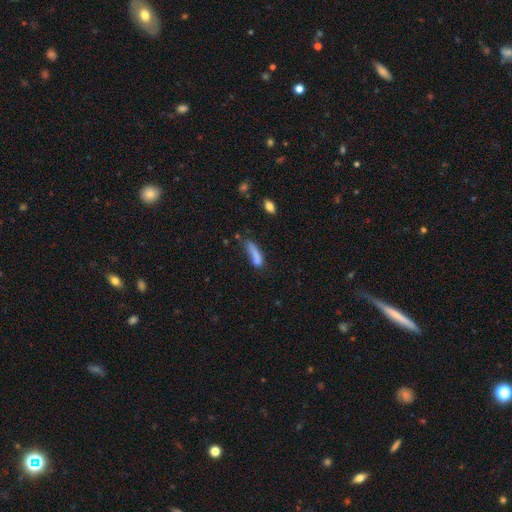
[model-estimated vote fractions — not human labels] Q: Smooth or featured?
A: smooth (73%); runner-up: featured or disk (17%)
Q: How rounded?
A: cigar-shaped (65%); runner-up: in between (32%)
Q: Merging?
A: none (40%); runner-up: minor disturbance (24%)